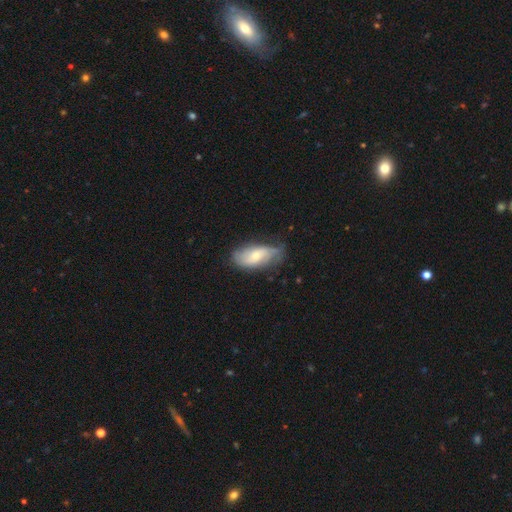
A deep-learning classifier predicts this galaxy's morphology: Smooth or featured: featured or disk — 48% (smooth — 45%)
Merging: none — 54% (minor disturbance — 33%)